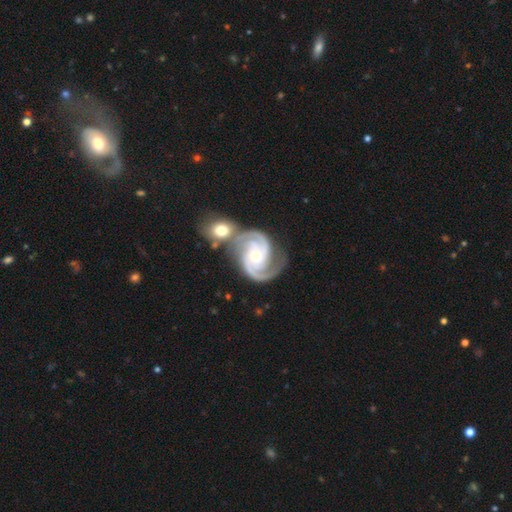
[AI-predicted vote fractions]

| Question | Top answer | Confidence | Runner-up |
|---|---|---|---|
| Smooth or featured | featured or disk | 93% | star or artifact (4%) |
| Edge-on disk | no | 98% | yes (2%) |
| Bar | no | 62% | weak (28%) |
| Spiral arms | yes | 99% | no (1%) |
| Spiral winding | medium | 54% | tight (36%) |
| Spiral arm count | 2 | 86% | 3 (7%) |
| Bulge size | small | 55% | moderate (40%) |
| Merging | none | 42% | merger (39%) |